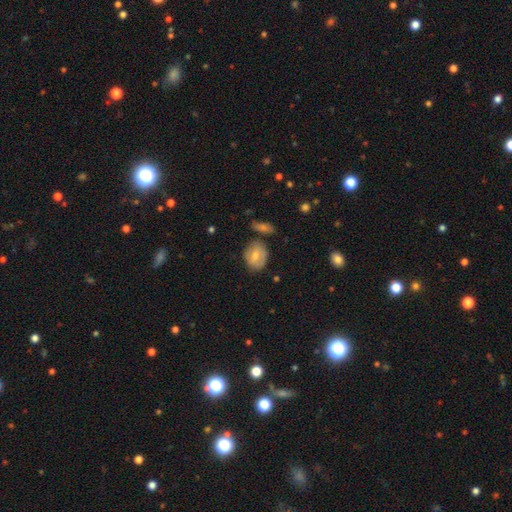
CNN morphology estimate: A smooth galaxy with no disk features (61%) that is in between round and cigar-shaped (50%). Merging: none (67%).